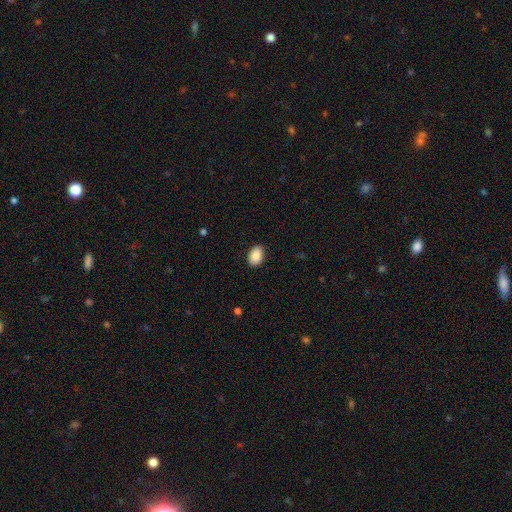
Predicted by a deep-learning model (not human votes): smooth_or_featured: smooth (p=0.90) [alt: star or artifact p=0.07]
how_rounded: in between (p=0.85) [alt: round p=0.14]
merging: none (p=0.88) [alt: minor disturbance p=0.09]